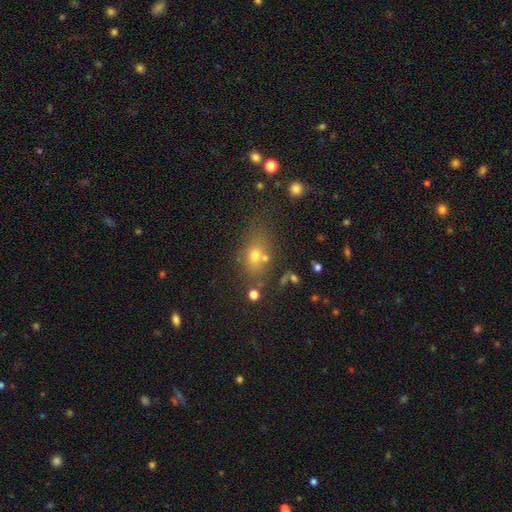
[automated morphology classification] smooth_or_featured: smooth (p=0.62) [alt: star or artifact p=0.21]
how_rounded: in between (p=0.64) [alt: round p=0.30]
merging: none (p=0.56) [alt: merger p=0.20]